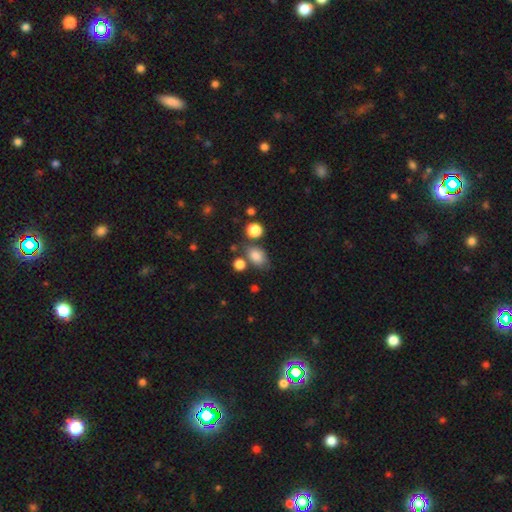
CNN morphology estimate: A smooth galaxy with no disk features (82%) that is in between round and cigar-shaped (78%). Merging: none (65%).